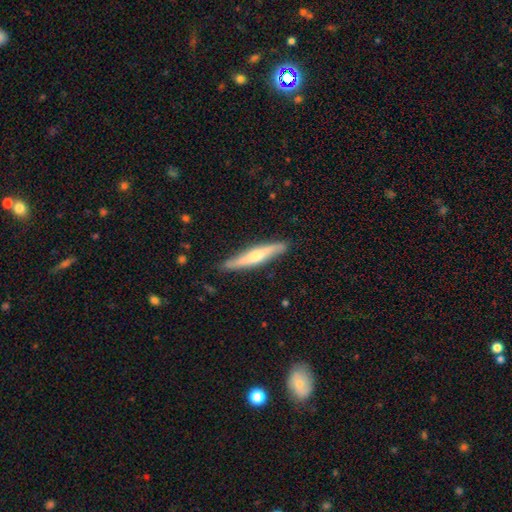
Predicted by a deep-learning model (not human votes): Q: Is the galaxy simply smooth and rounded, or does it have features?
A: featured or disk — 62%.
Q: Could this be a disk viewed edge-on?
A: yes — 93%.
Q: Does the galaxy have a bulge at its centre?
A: rounded — 84%.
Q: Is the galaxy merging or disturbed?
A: none — 87%.